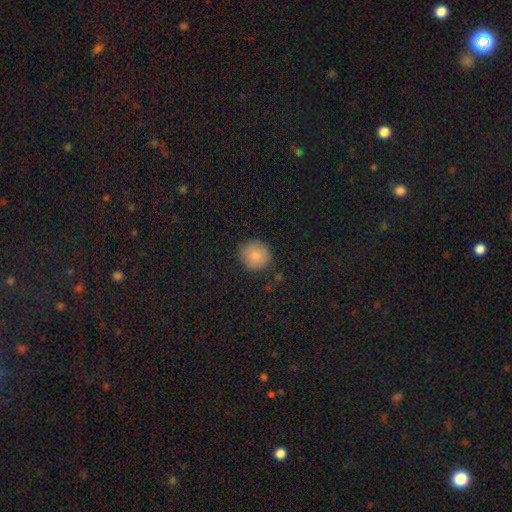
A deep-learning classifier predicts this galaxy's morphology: Overall: smooth (84%). How rounded: round (91%). Merging: none (85%).